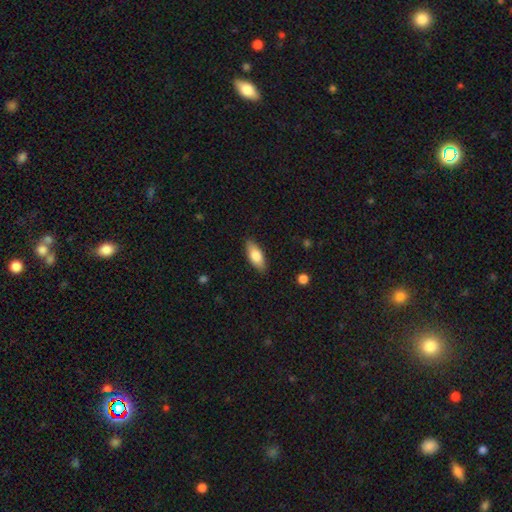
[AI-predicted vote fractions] Overall: smooth (76%). How rounded: in between (78%). Merging: none (87%).